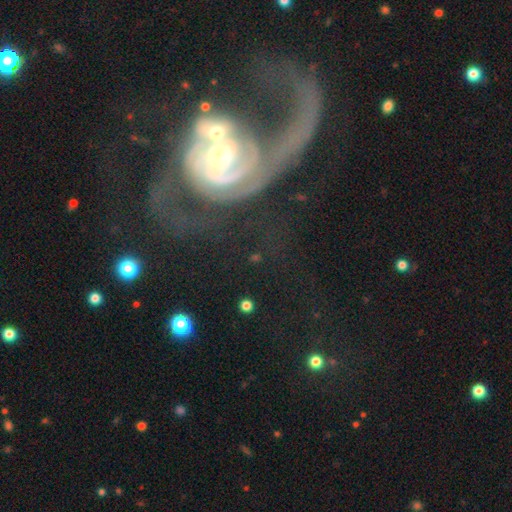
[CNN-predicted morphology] Smooth or featured: featured or disk — 78% (smooth — 12%)
Edge-on disk: no — 96% (yes — 4%)
Bar: no — 62% (weak — 24%)
Spiral arms: yes — 84% (no — 16%)
Spiral winding: tight — 36% (medium — 34%)
Spiral arm count: 2 — 49% (1 — 17%)
Bulge size: small — 56% (moderate — 35%)
Merging: major disturbance — 33% (none — 29%)